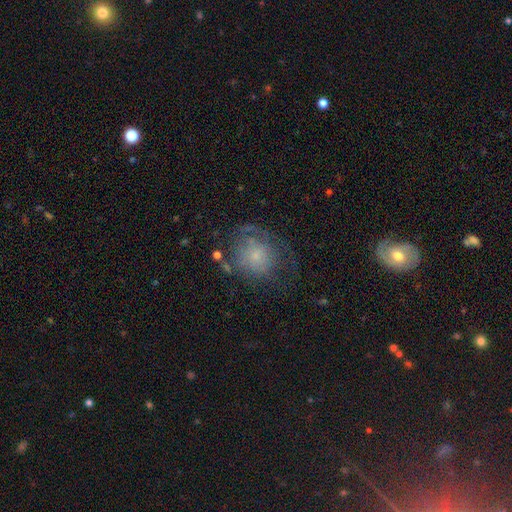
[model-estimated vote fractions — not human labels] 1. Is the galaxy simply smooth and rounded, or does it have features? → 50% smooth, 39% featured or disk, 11% star or artifact.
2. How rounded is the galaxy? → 73% round, 26% in between, 1% cigar-shaped.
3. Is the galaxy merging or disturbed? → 46% none, 27% major disturbance, 24% minor disturbance, 3% merger.